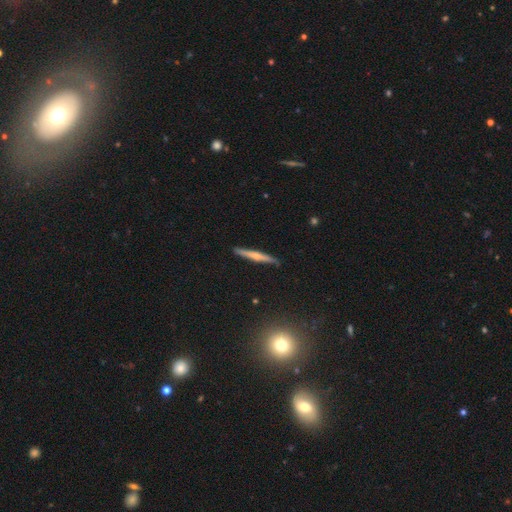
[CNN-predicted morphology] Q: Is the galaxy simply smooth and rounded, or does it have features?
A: featured or disk — 52%.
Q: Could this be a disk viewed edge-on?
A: yes — 96%.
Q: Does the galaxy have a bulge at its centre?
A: rounded — 66%.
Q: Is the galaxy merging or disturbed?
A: none — 89%.